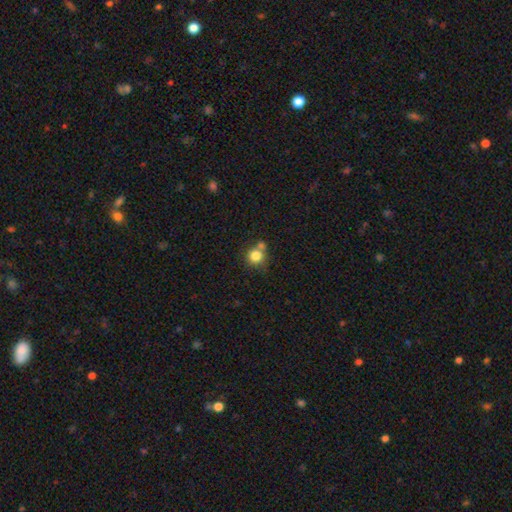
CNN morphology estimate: Q: Smooth or featured?
A: smooth (81%); runner-up: star or artifact (11%)
Q: How rounded?
A: round (90%); runner-up: in between (9%)
Q: Merging?
A: none (57%); runner-up: merger (28%)